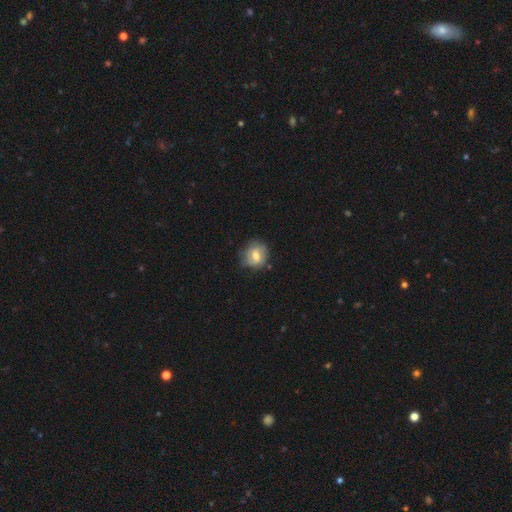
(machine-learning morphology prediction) Smooth or featured: smooth — 54% (featured or disk — 39%)
How rounded: round — 69% (in between — 29%)
Merging: none — 69% (minor disturbance — 22%)